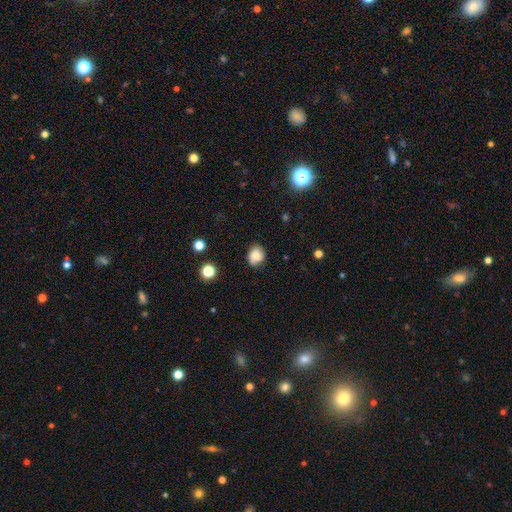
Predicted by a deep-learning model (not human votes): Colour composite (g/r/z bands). It shows a smooth galaxy with no disk features (79%) that is round (58%). Merging: none (74%).